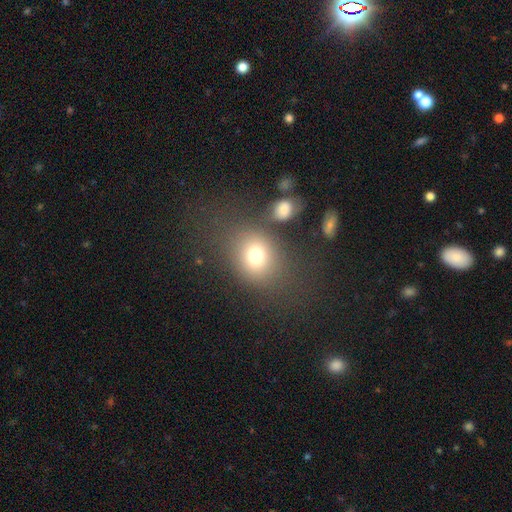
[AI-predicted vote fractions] This is likely a smooth galaxy (74%). How rounded: possibly round (60%). Merging: likely none (69%).